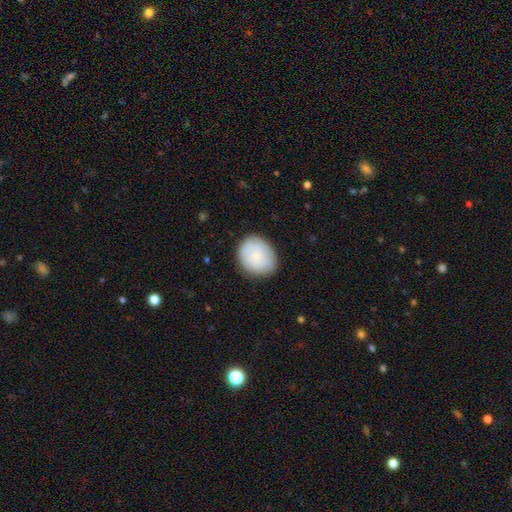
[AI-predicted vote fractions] Morphology: type=smooth (73%); roundness=round (60%); merging=none (83%).